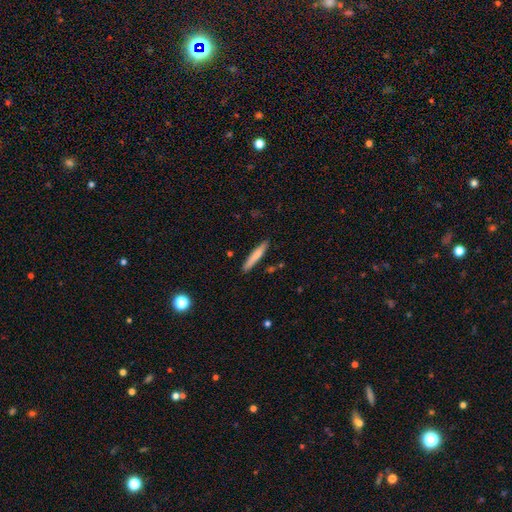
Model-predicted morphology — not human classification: type=smooth (74%); roundness=cigar-shaped (94%); merging=none (88%).